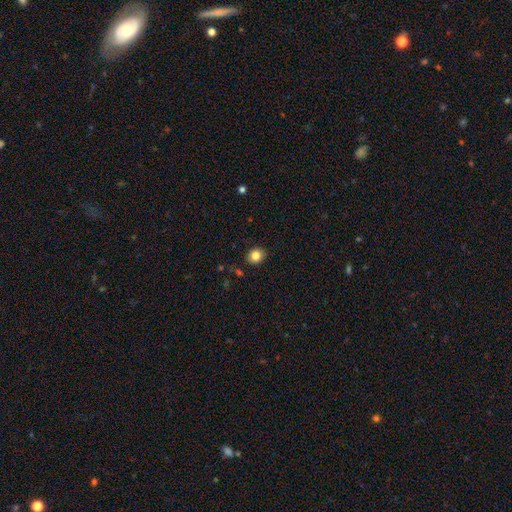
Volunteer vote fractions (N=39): Smooth or featured: smooth — 82% (star or artifact — 13%)
How rounded: round — 69% (in between — 31%)
Merging: none — 94% (minor disturbance — 6%)